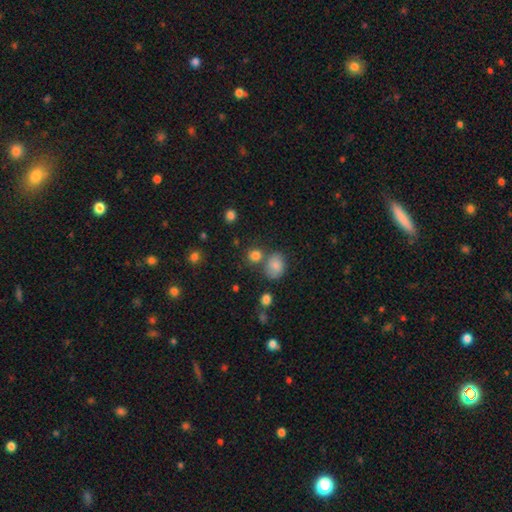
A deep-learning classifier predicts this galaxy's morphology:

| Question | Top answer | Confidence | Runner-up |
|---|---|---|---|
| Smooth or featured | smooth | 81% | star or artifact (12%) |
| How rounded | round | 81% | in between (18%) |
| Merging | none | 66% | merger (19%) |